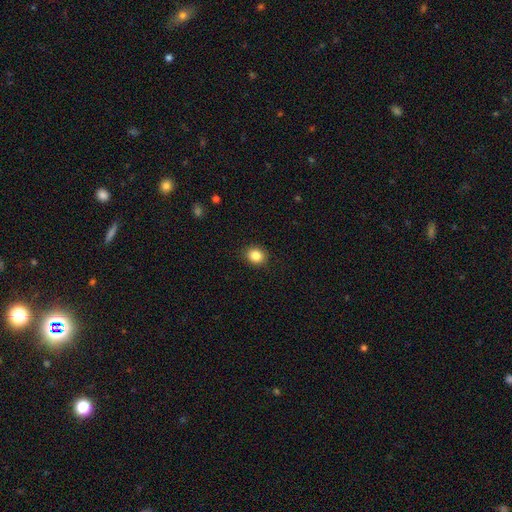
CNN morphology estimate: Smooth or featured? Predicted: smooth (p=0.85). How rounded? Predicted: round (p=0.67). Merging? Predicted: none (p=0.89).